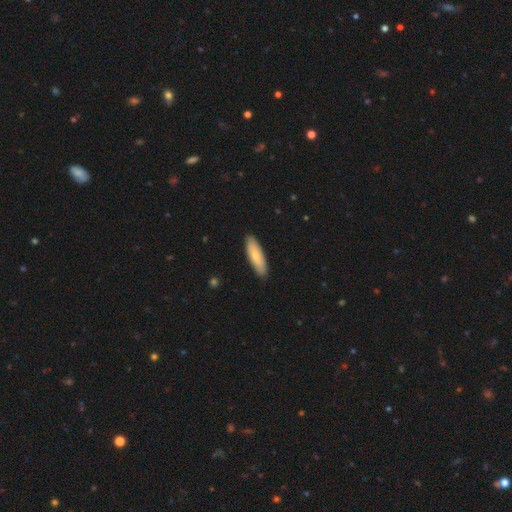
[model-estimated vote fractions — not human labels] Smooth or featured? Predicted: smooth (p=0.72). How rounded? Predicted: cigar-shaped (p=0.50). Merging? Predicted: none (p=0.88).